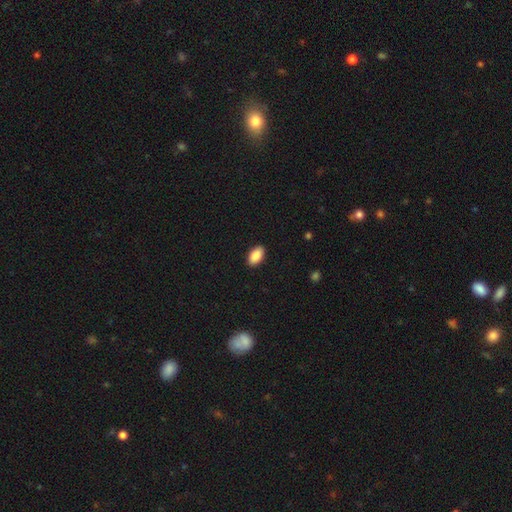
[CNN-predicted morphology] Smooth or featured?
  - smooth: 89% *
  - star or artifact: 7%
  - featured or disk: 4%
How rounded?
  - in between: 94% *
  - round: 4%
  - cigar-shaped: 2%
Merging?
  - none: 90% *
  - minor disturbance: 7%
  - major disturbance: 2%
  - merger: 1%